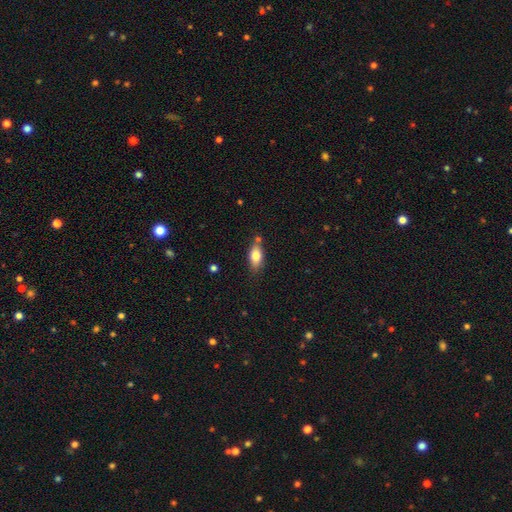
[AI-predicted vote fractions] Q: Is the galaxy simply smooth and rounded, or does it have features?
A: smooth — 77%.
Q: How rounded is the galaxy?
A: in between — 84%.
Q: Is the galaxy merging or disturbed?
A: none — 71%.